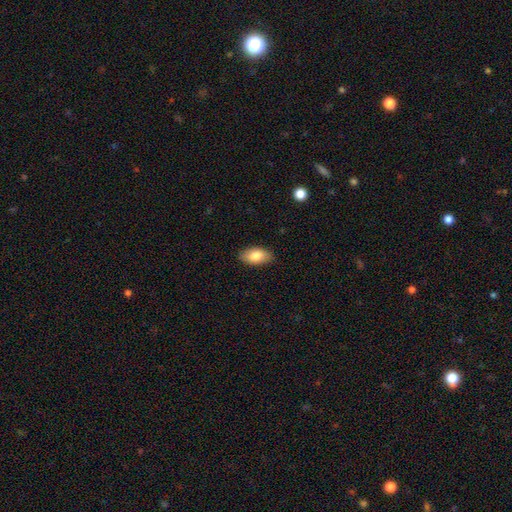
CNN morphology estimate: Smooth or featured?
  - smooth: 84% *
  - featured or disk: 9%
  - star or artifact: 7%
How rounded?
  - in between: 93% *
  - round: 4%
  - cigar-shaped: 3%
Merging?
  - none: 87% *
  - minor disturbance: 10%
  - major disturbance: 2%
  - merger: 1%